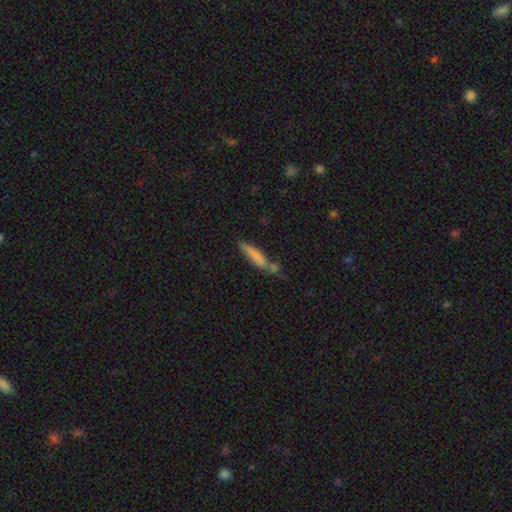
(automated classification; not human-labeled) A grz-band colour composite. It shows a smooth galaxy with no disk features (76%) that is cigar-shaped (83%). Merging: none (48%).